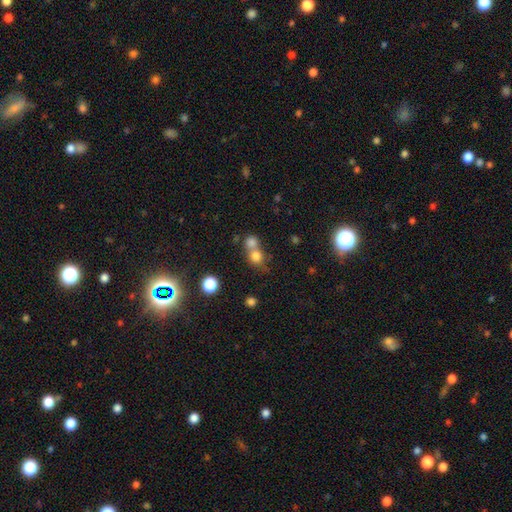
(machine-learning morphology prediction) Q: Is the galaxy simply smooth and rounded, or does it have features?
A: smooth — 77%.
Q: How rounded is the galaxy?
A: round — 82%.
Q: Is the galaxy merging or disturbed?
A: merger — 50%.